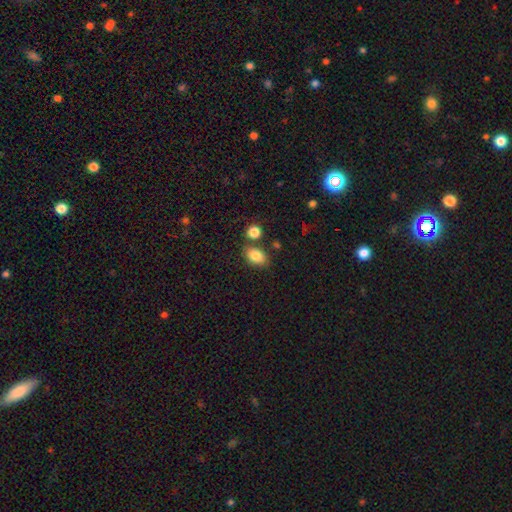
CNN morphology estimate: Smooth or featured? smooth (84%)
How rounded? in between (84%)
Merging? none (73%)